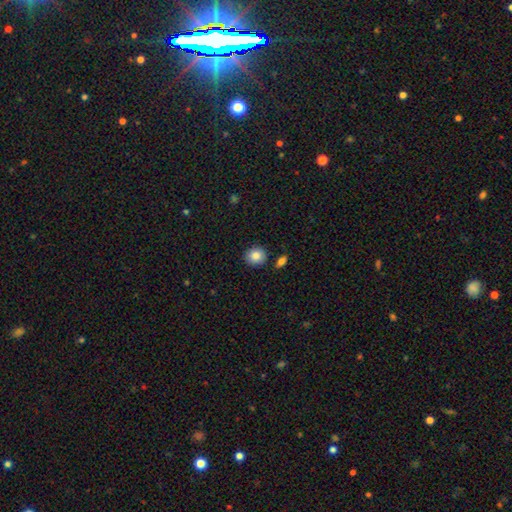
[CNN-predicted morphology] The model was most divided on "how rounded": round: 81%, in between: 18%, cigar-shaped: 1%. More confident: merging — none (85%); smooth or featured — smooth (85%).